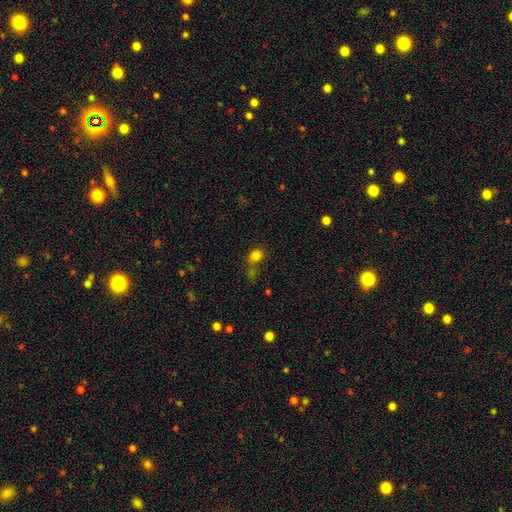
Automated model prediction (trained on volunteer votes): smooth-or-featured: smooth: 79% | star or artifact: 15% | featured or disk: 5%
  how-rounded: round: 67% | in between: 31% | cigar-shaped: 1%
  merging: none: 58% | merger: 24% | minor disturbance: 12% | major disturbance: 6%